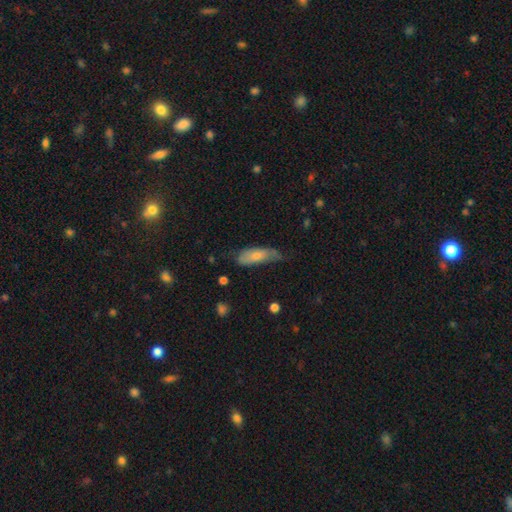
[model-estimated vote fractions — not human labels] smooth_or_featured: smooth (p=0.71) [alt: featured or disk p=0.23]
how_rounded: in between (p=0.63) [alt: cigar-shaped p=0.35]
merging: none (p=0.46) [alt: minor disturbance p=0.39]